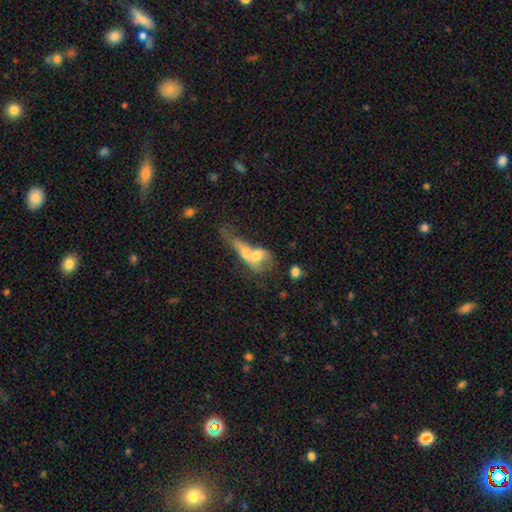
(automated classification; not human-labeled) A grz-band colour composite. It shows a smooth galaxy with no disk features (56%) that is in between round and cigar-shaped (52%). Merging: merger (71%).